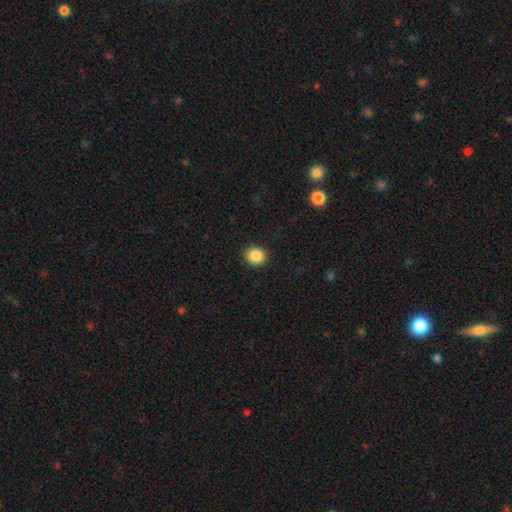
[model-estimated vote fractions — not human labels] Smooth or featured: smooth — 87% (star or artifact — 9%)
How rounded: round — 78% (in between — 21%)
Merging: none — 91% (minor disturbance — 6%)